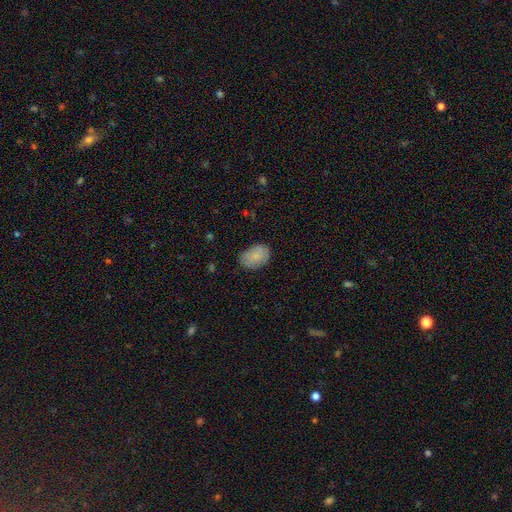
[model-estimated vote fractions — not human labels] Smooth or featured: smooth — 84% (featured or disk — 9%)
How rounded: in between — 85% (round — 14%)
Merging: none — 77% (minor disturbance — 18%)